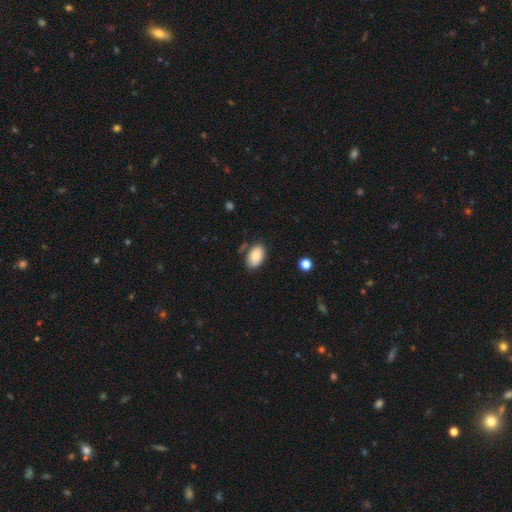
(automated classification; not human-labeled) This appears to be a smooth galaxy with no disk features (85%) that is in between round and cigar-shaped (93%). Merging: none (72%).